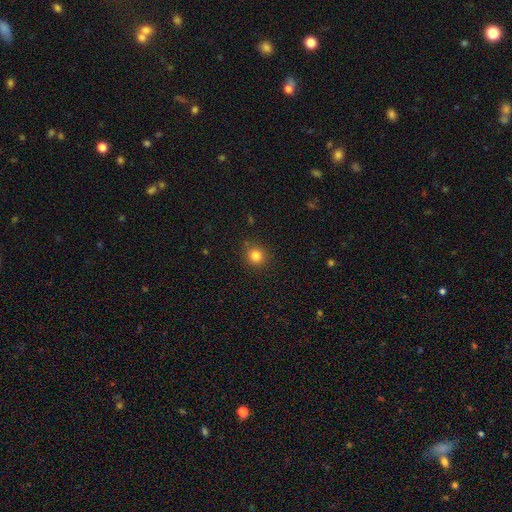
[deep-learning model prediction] smooth-or-featured: smooth: 83% | star or artifact: 12% | featured or disk: 5%
  how-rounded: round: 90% | in between: 9% | cigar-shaped: 1%
  merging: none: 88% | minor disturbance: 8% | major disturbance: 3% | merger: 1%